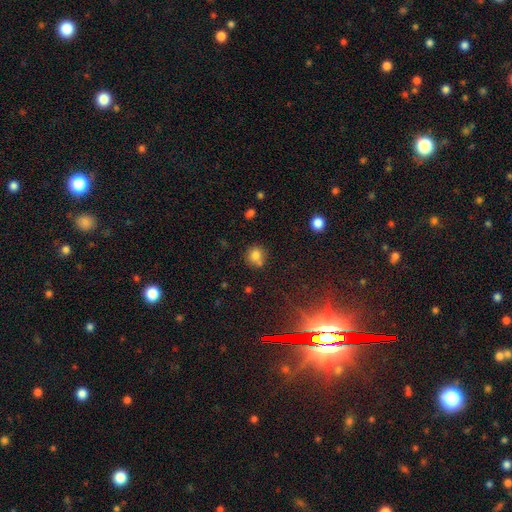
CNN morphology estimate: smooth_or_featured: smooth (p=0.78) [alt: star or artifact p=0.13]
how_rounded: round (p=0.86) [alt: in between p=0.13]
merging: none (p=0.64) [alt: merger p=0.20]